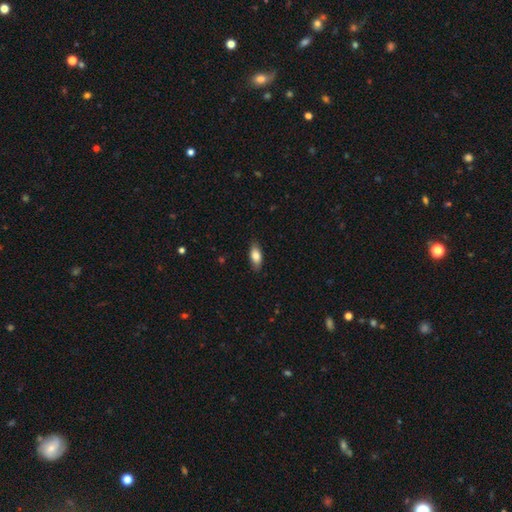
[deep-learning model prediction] The model was most divided on "smooth or featured": smooth: 81%, featured or disk: 12%, star or artifact: 7%. More confident: merging — none (84%); how rounded — in between (83%).